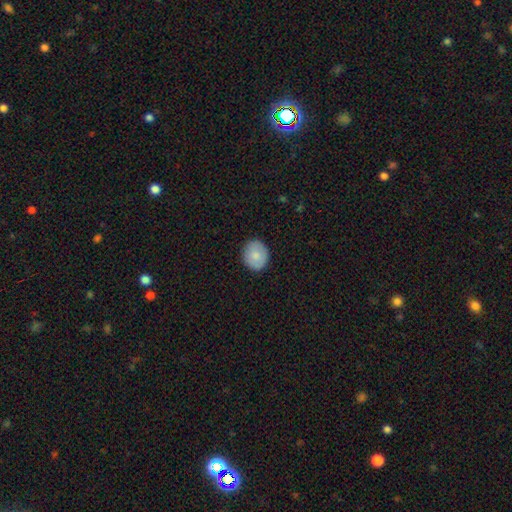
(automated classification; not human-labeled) Smooth or featured? Predicted: smooth (p=0.81). How rounded? Predicted: round (p=0.66). Merging? Predicted: none (p=0.88).